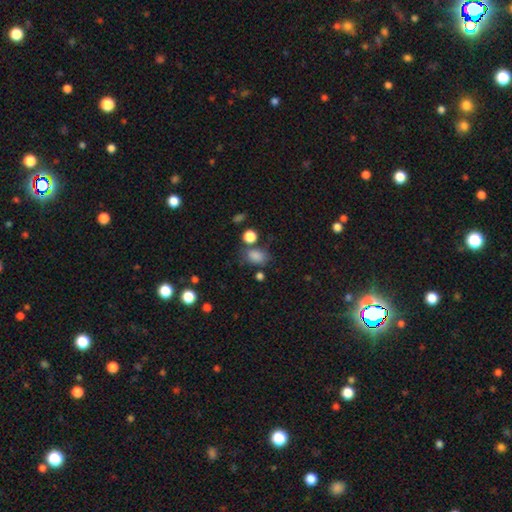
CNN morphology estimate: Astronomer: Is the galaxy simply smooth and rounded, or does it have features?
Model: smooth — 81%.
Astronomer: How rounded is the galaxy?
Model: in between — 72%.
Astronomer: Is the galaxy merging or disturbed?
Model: none — 60%.